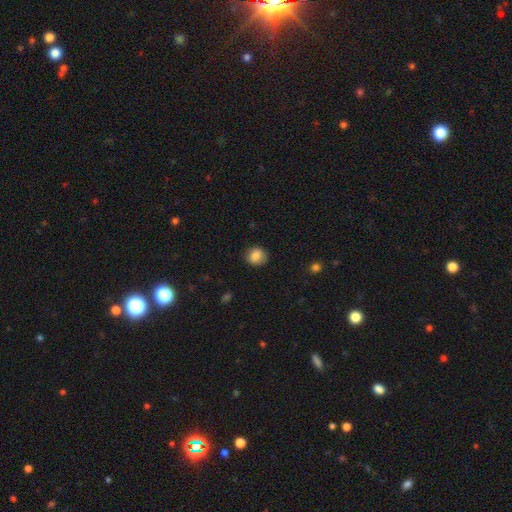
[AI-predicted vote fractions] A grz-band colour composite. It shows a smooth galaxy with no disk features (84%) that is round (79%). Merging: none (85%).